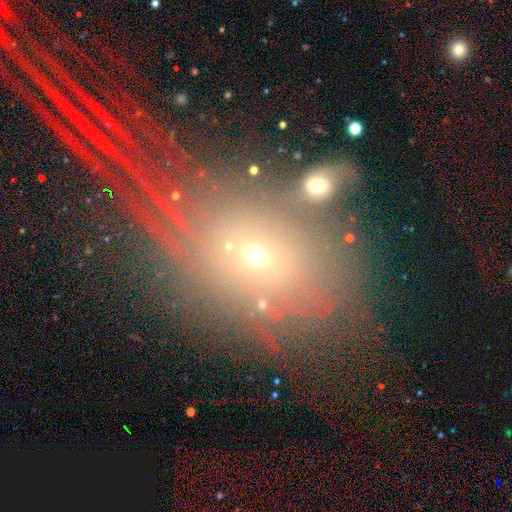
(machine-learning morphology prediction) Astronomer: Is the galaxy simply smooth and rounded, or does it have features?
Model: smooth — 40% (runner-up: star or artifact, 36%).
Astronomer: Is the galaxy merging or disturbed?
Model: none — 49%.